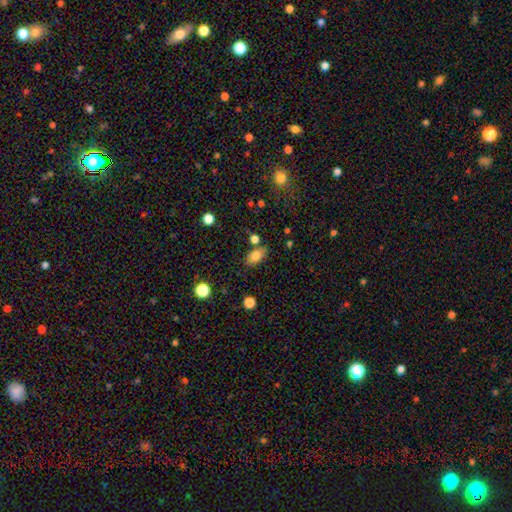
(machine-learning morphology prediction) Smooth or featured? Predicted: smooth (p=0.81). How rounded? Predicted: in between (p=0.87). Merging? Predicted: none (p=0.72).